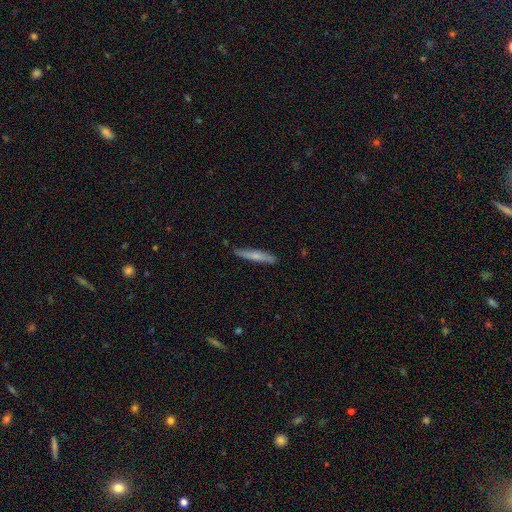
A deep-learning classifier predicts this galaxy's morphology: This is likely a smooth galaxy (62%). How rounded: clearly cigar-shaped (93%). Merging: clearly none (85%).